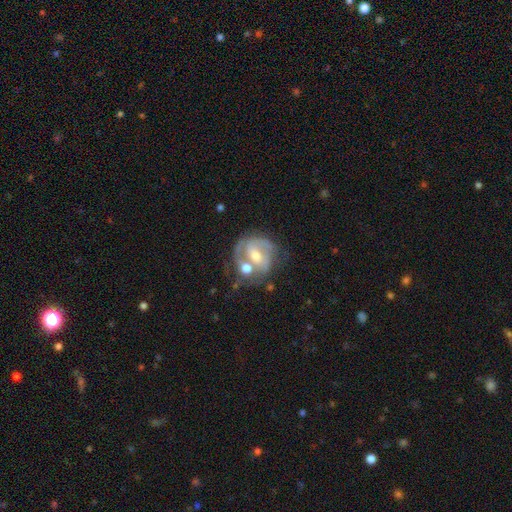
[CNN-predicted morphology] This appears to be a featured or disk galaxy (73%) with a weak bar (43%), 2 (52%) tight (47%) spiral arms (75%) and a moderate central bulge (64%). Merging: none (35%, tied with merger).